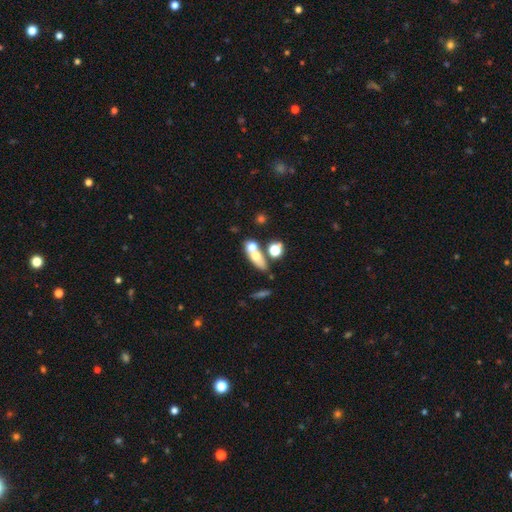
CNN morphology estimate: A smooth galaxy with no disk features (58%) that is in between round and cigar-shaped (53%). Merging: merger (45%).